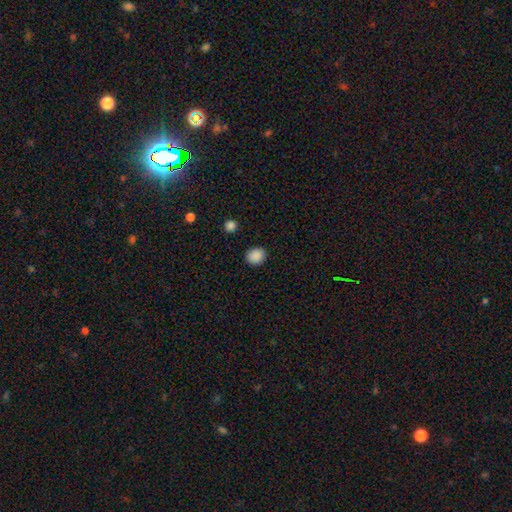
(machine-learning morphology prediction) A smooth galaxy with no disk features (88%) that is round (67%).

Vote fractions:
- Smooth or featured? smooth: 88% / star or artifact: 9% / featured or disk: 2%
- How rounded? round: 67% / in between: 32% / cigar-shaped: 1%
- Merging? none: 90% / minor disturbance: 7% / major disturbance: 2% / merger: 1%